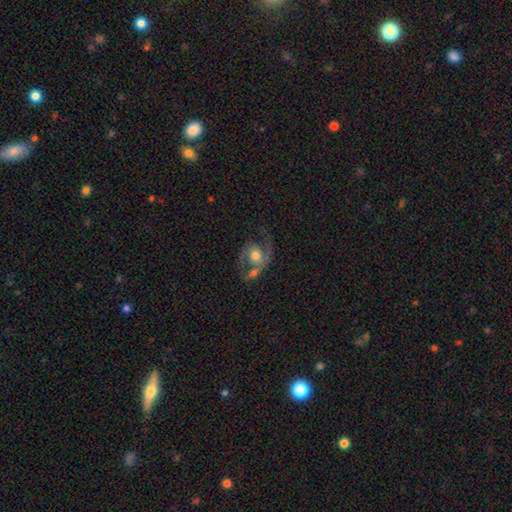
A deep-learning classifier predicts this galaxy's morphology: Smooth or featured: featured or disk — 71% (smooth — 22%)
Edge-on disk: no — 97% (yes — 3%)
Bar: no — 72% (weak — 23%)
Spiral arms: yes — 84% (no — 16%)
Spiral winding: medium — 46% (loose — 36%)
Spiral arm count: 2 — 76% (1 — 15%)
Bulge size: moderate — 63% (large — 20%)
Merging: none — 39% (merger — 22%)